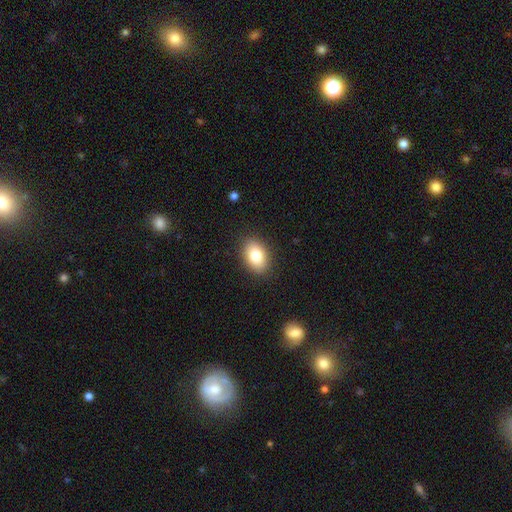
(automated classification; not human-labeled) Smooth or featured? Predicted: smooth (p=0.81). How rounded? Predicted: in between (p=0.84). Merging? Predicted: none (p=0.88).